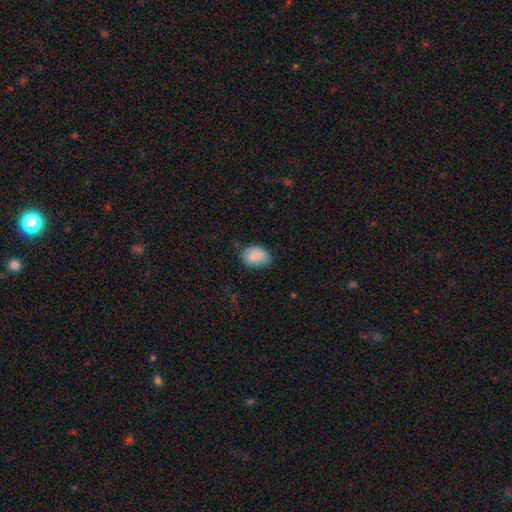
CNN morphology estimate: Smooth or featured? smooth (84%)
How rounded? in between (79%)
Merging? none (69%)